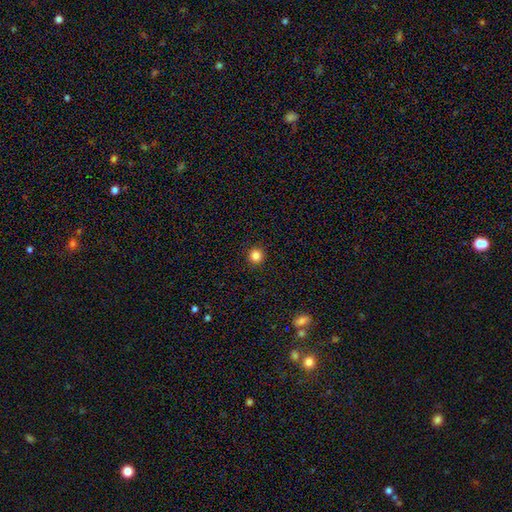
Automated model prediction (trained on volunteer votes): Smooth or featured? Predicted: smooth (p=0.85). How rounded? Predicted: round (p=0.96). Merging? Predicted: none (p=0.93).